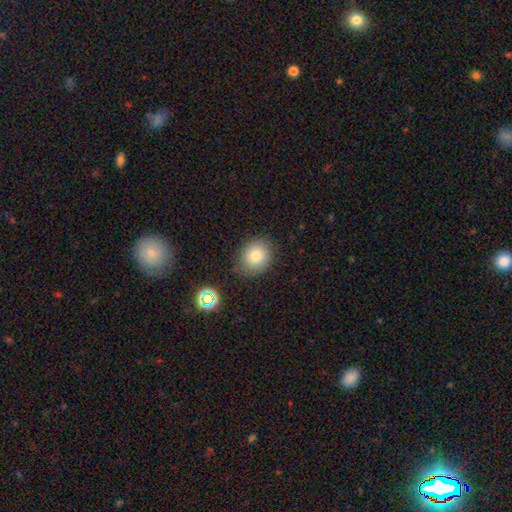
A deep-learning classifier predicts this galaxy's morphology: Smooth or featured? smooth (80%)
How rounded? round (69%)
Merging? none (82%)